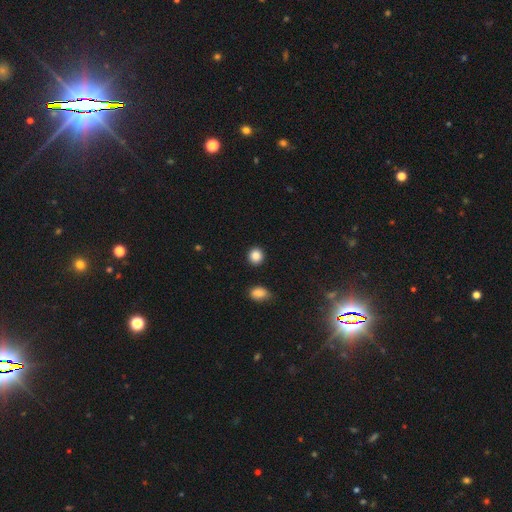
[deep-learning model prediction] A smooth galaxy with no disk features (87%) that is round (88%).

Vote fractions:
- Smooth or featured? smooth: 87% / star or artifact: 10% / featured or disk: 3%
- How rounded? round: 88% / in between: 11% / cigar-shaped: 1%
- Merging? none: 91% / minor disturbance: 5% / major disturbance: 2% / merger: 2%